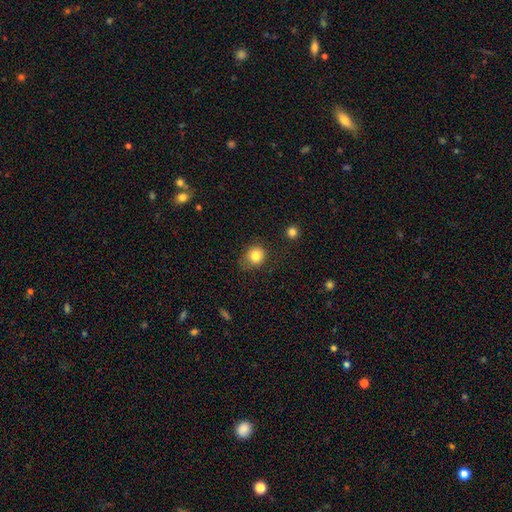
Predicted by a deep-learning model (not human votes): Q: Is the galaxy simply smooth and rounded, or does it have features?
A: smooth — 82%.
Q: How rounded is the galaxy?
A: round — 77%.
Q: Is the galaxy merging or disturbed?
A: none — 69%.